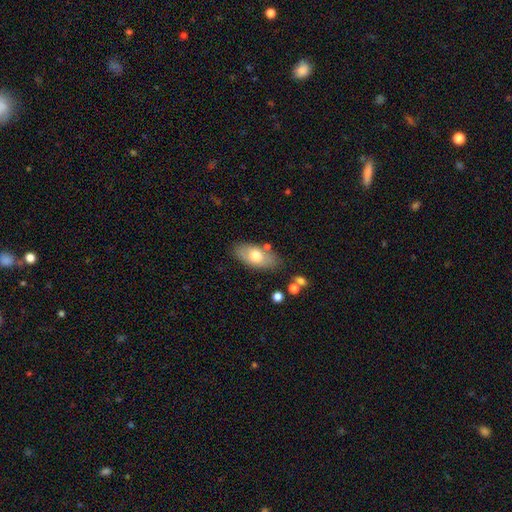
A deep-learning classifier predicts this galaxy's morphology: type=smooth (67%); roundness=in between (91%); merging=none (76%).